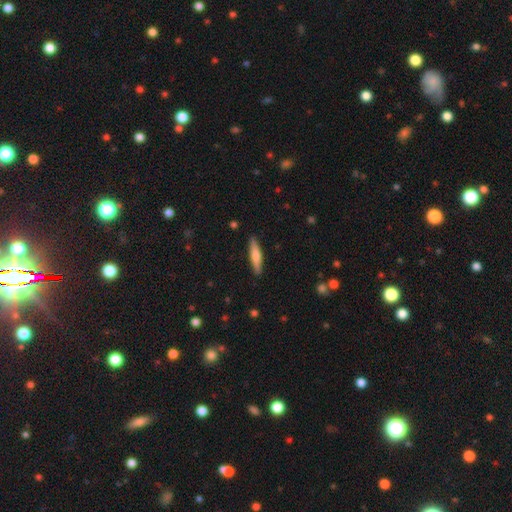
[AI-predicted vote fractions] Smooth or featured? smooth (63%)
How rounded? cigar-shaped (85%)
Merging? none (90%)